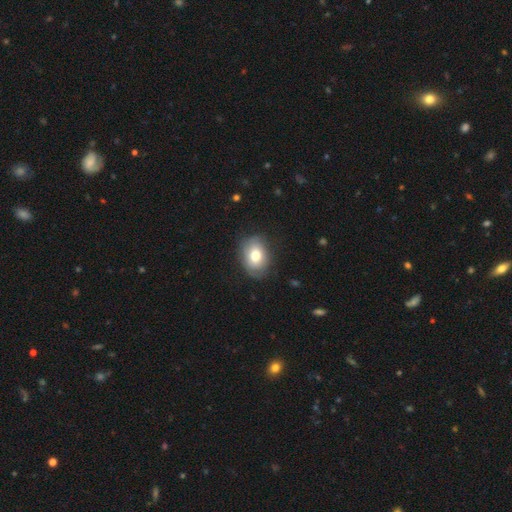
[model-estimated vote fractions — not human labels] Smooth or featured?
  - smooth: 69% *
  - featured or disk: 23%
  - star or artifact: 8%
How rounded?
  - in between: 66% *
  - round: 33%
  - cigar-shaped: 1%
Merging?
  - none: 72% *
  - minor disturbance: 21%
  - major disturbance: 6%
  - merger: 1%